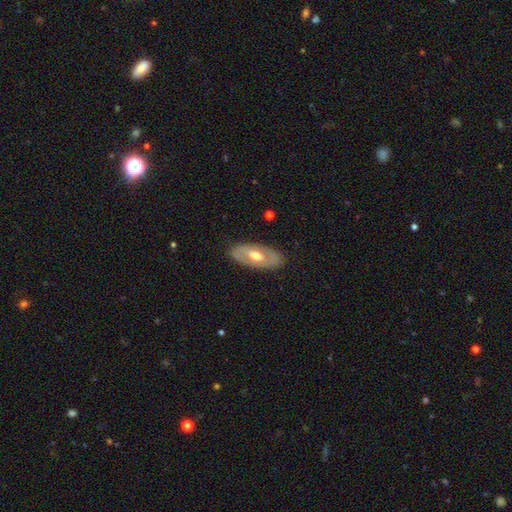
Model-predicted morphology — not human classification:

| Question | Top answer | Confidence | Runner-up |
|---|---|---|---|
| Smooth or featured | featured or disk | 61% | smooth (33%) |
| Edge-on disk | no | 85% | yes (15%) |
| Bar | no | 59% | weak (27%) |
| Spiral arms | no | 63% | yes (37%) |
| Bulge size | moderate | 74% | small (15%) |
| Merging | none | 87% | minor disturbance (9%) |